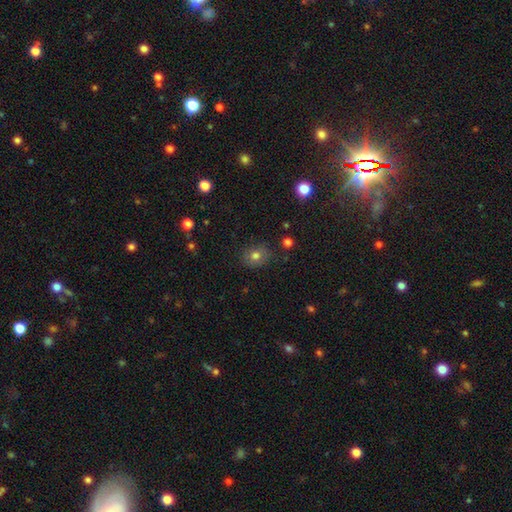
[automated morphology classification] smooth_or_featured: smooth (p=0.76) [alt: star or artifact p=0.13]
how_rounded: round (p=0.60) [alt: in between p=0.39]
merging: none (p=0.83) [alt: minor disturbance p=0.13]